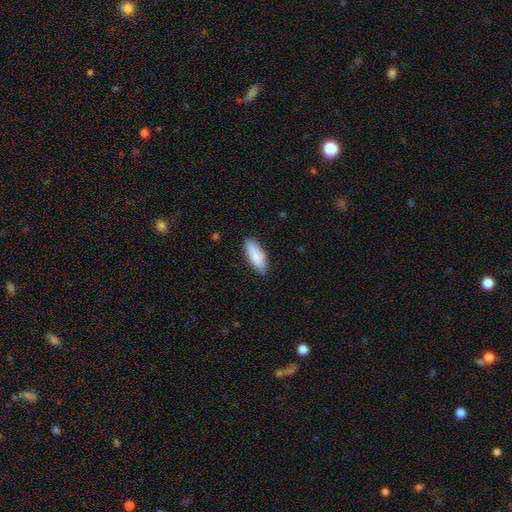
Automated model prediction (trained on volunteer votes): Smooth or featured? smooth (88%)
How rounded? in between (68%)
Merging? none (84%)